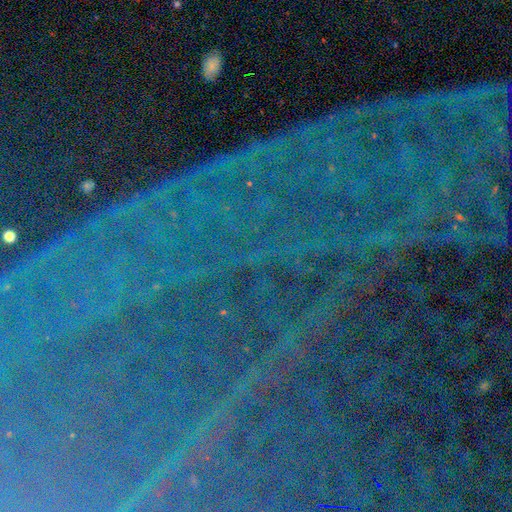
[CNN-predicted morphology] Smooth or featured?
  - star or artifact: 87% *
  - featured or disk: 7%
  - smooth: 6%